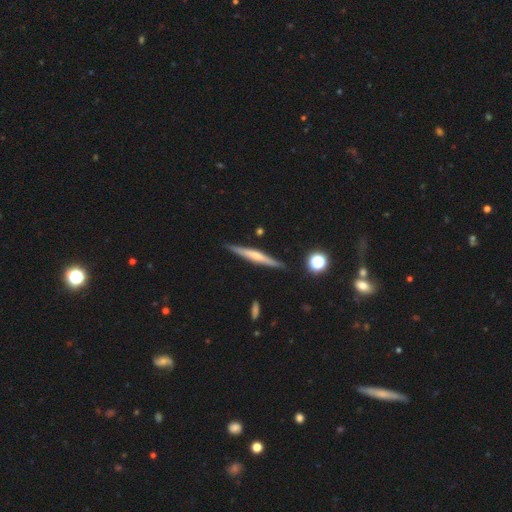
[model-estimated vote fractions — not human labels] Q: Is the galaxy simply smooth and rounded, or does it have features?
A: featured or disk — 59%.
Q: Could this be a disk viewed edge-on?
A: yes — 97%.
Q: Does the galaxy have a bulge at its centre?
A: rounded — 57%.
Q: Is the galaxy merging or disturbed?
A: none — 89%.